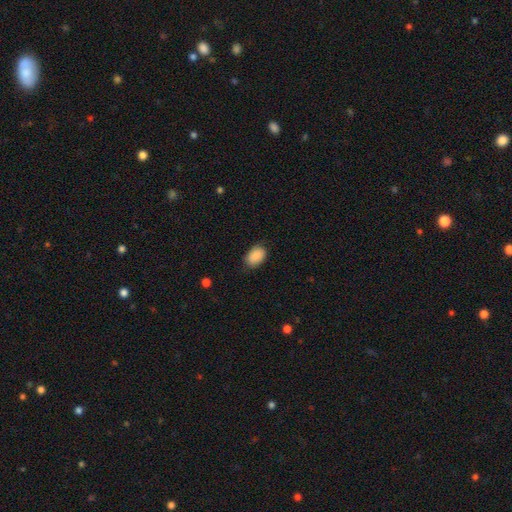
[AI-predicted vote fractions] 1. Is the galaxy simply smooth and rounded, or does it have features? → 89% smooth, 7% star or artifact, 3% featured or disk.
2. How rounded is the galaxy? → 84% in between, 15% round, 1% cigar-shaped.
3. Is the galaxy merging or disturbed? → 78% none, 17% minor disturbance, 3% major disturbance, 1% merger.